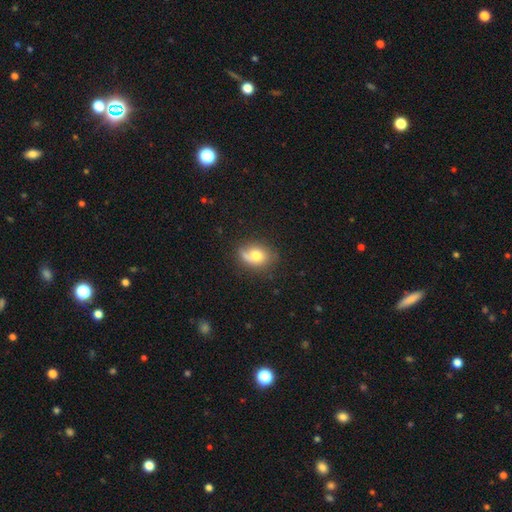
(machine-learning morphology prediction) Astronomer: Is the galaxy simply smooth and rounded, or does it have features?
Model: smooth — 69%.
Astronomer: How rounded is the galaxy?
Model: in between — 61% (runner-up: round, 38%).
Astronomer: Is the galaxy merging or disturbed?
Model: none — 57%.